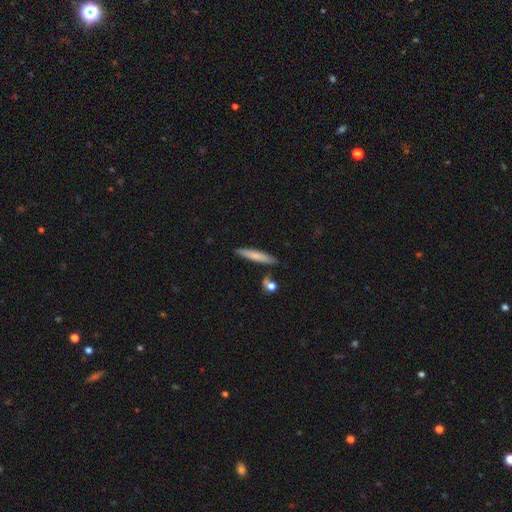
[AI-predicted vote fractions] smooth_or_featured: smooth (p=0.69) [alt: featured or disk p=0.25]
how_rounded: cigar-shaped (p=0.90) [alt: in between p=0.08]
merging: none (p=0.81) [alt: minor disturbance p=0.12]